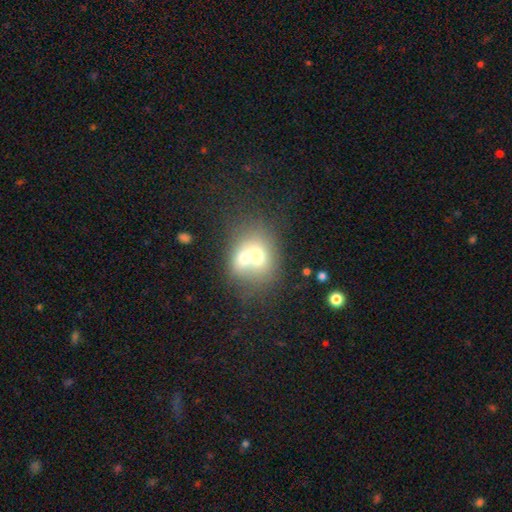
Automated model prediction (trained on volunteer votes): Q: Smooth or featured?
A: smooth (63%); runner-up: featured or disk (27%)
Q: How rounded?
A: round (58%); runner-up: in between (41%)
Q: Merging?
A: merger (69%); runner-up: none (21%)